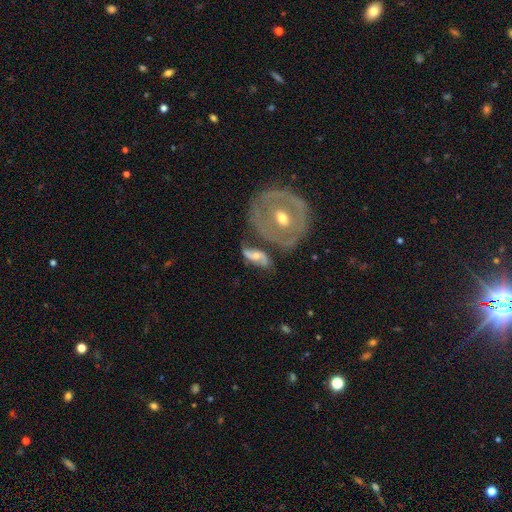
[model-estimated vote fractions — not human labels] Smooth or featured? featured or disk (73%)
Edge-on disk? no (93%)
Bar? no (44%)
Spiral arms? yes (83%)
Spiral winding? loose (55%)
Spiral arm count? 2 (85%)
Bulge size? moderate (55%)
Merging? none (48%)